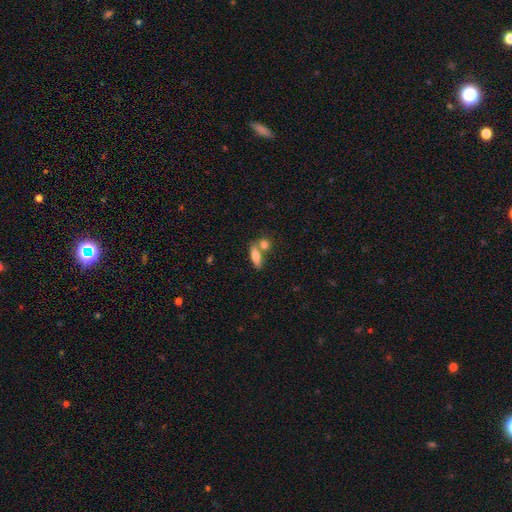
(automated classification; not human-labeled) smooth_or_featured: smooth (p=0.71) [alt: featured or disk p=0.22]
how_rounded: in between (p=0.58) [alt: cigar-shaped p=0.36]
merging: none (p=0.53) [alt: merger p=0.33]